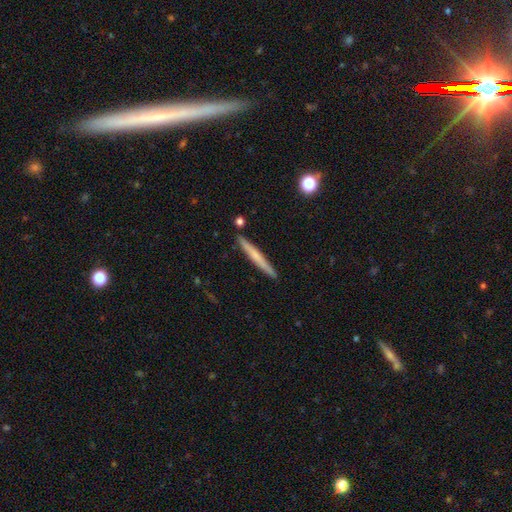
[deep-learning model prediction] smooth 52%, featured or disk 42%, star or artifact 6%. Down the decision tree: how rounded — cigar-shaped (96%); merging — none (90%).